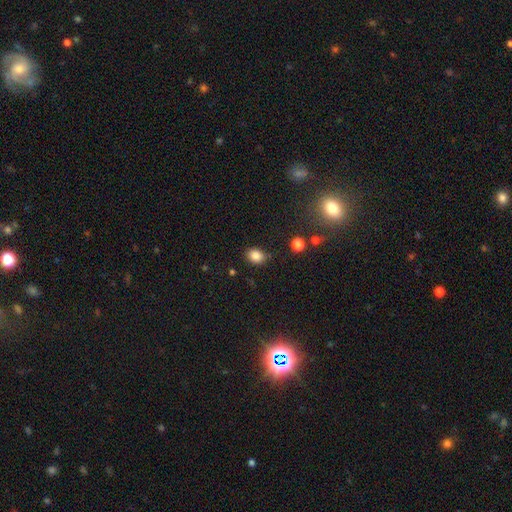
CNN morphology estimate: A smooth galaxy with no disk features (84%) that is in between round and cigar-shaped (56%). Merging: none (81%).